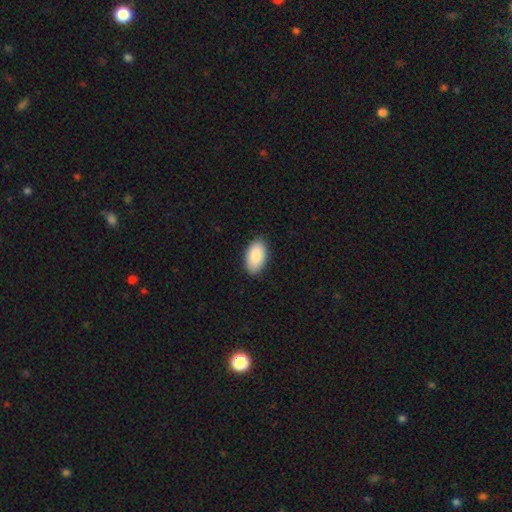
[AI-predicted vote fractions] Smooth or featured? Predicted: smooth (p=0.88). How rounded? Predicted: in between (p=0.95). Merging? Predicted: none (p=0.88).